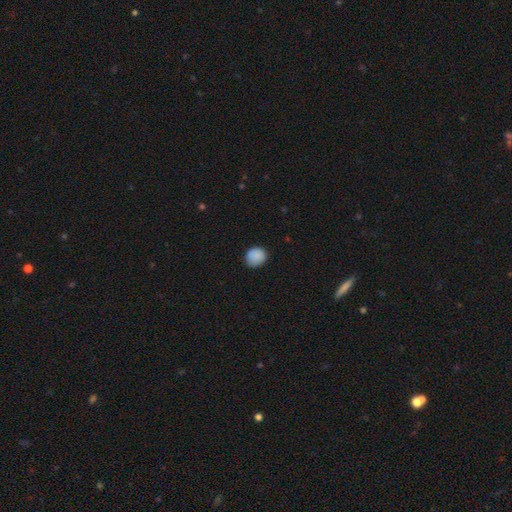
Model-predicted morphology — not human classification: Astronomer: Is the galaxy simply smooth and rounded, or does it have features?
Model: smooth — 89%.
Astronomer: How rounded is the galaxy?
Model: round — 81%.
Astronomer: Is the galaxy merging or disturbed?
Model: none — 84%.